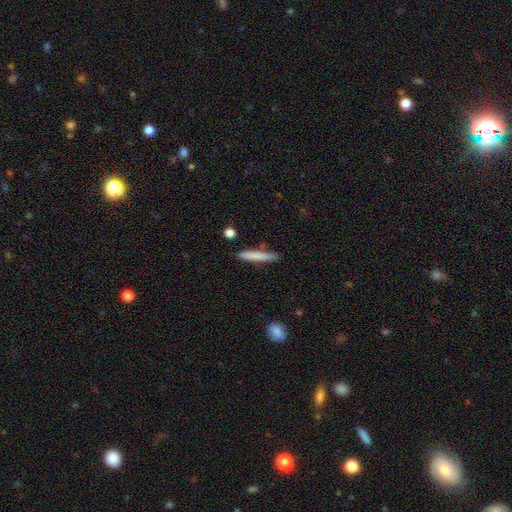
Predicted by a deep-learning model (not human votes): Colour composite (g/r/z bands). It shows a smooth galaxy with no disk features (77%) that is cigar-shaped (94%). Merging: none (84%).